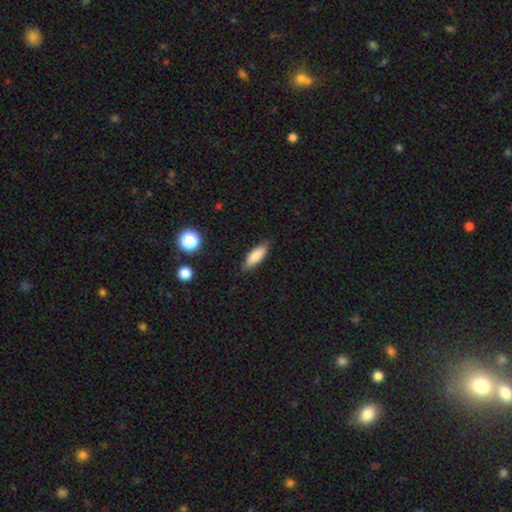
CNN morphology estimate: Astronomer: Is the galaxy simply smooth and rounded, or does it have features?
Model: smooth — 83%.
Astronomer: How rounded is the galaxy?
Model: in between — 63%.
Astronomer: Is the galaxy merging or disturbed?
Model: none — 83%.